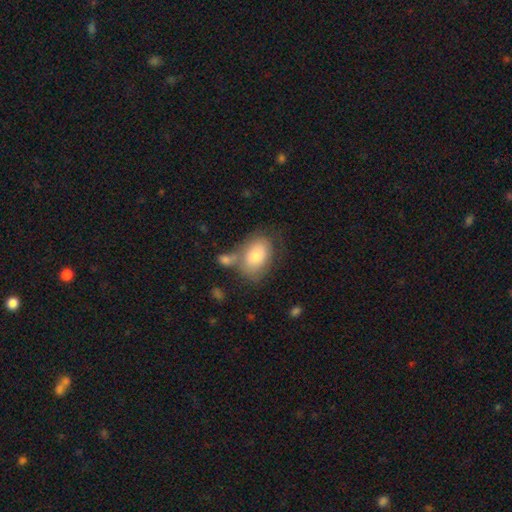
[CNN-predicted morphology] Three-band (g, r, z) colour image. It shows a smooth galaxy with no disk features (78%) that is in between round and cigar-shaped (87%). Merging: none (53%).